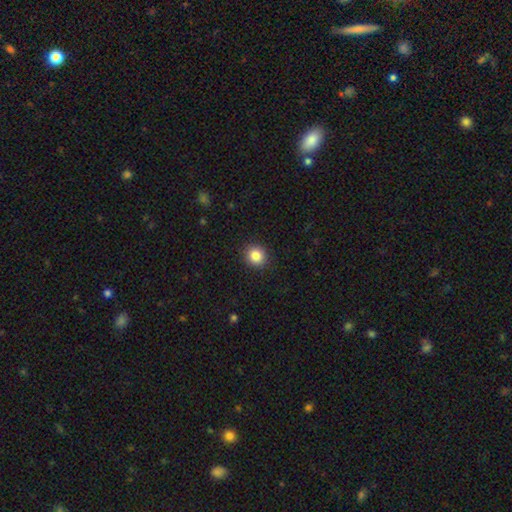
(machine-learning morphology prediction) smooth_or_featured: smooth (p=0.85) [alt: star or artifact p=0.10]
how_rounded: round (p=0.88) [alt: in between p=0.11]
merging: none (p=0.92) [alt: minor disturbance p=0.06]